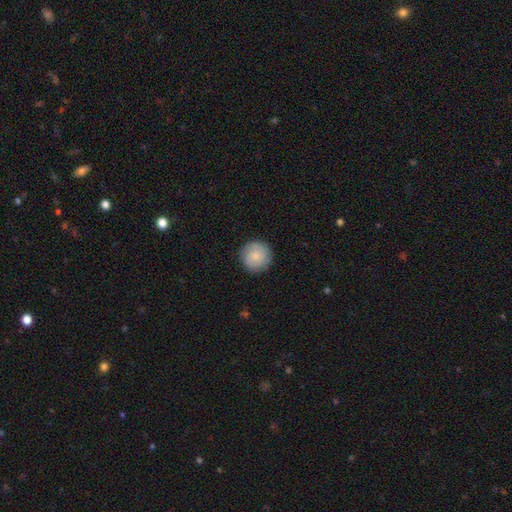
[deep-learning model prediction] Smooth or featured? Predicted: smooth (p=0.66). How rounded? Predicted: round (p=0.94). Merging? Predicted: none (p=0.87).